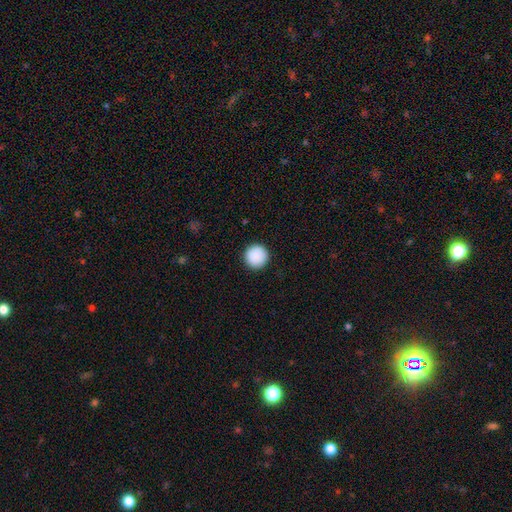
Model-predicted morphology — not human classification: A smooth galaxy with no disk features (90%) that is round (96%). Merging: none (93%).